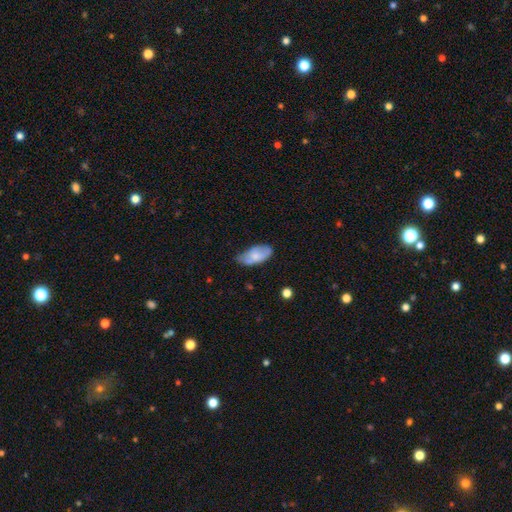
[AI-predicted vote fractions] Smooth or featured: smooth — 70% (featured or disk — 23%)
How rounded: in between — 92% (cigar-shaped — 5%)
Merging: none — 47% (minor disturbance — 39%)